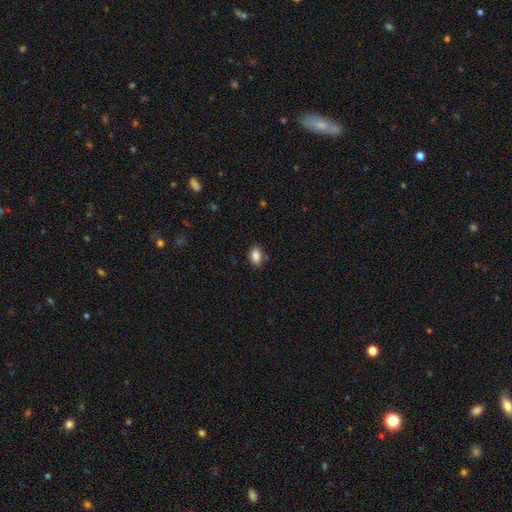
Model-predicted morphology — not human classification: Smooth or featured?
  - smooth: 86% *
  - star or artifact: 8%
  - featured or disk: 5%
How rounded?
  - in between: 86% *
  - round: 12%
  - cigar-shaped: 2%
Merging?
  - none: 80% *
  - minor disturbance: 14%
  - merger: 3%
  - major disturbance: 3%